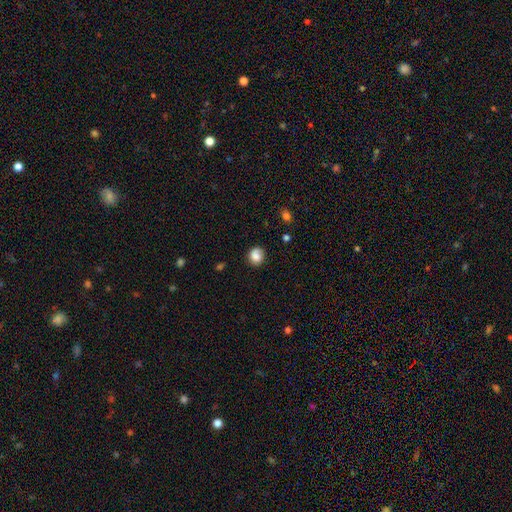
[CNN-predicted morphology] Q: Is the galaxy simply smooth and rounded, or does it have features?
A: smooth — 84%.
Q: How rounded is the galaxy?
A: round — 77%.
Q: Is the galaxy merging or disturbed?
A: none — 78%.